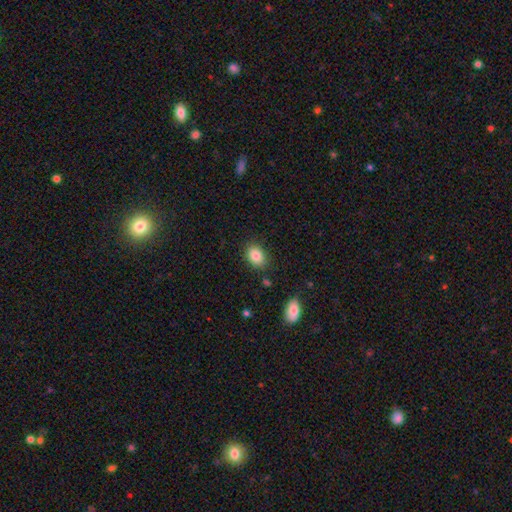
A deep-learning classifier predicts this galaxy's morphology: type=smooth (86%); roundness=in between (69%); merging=none (84%).